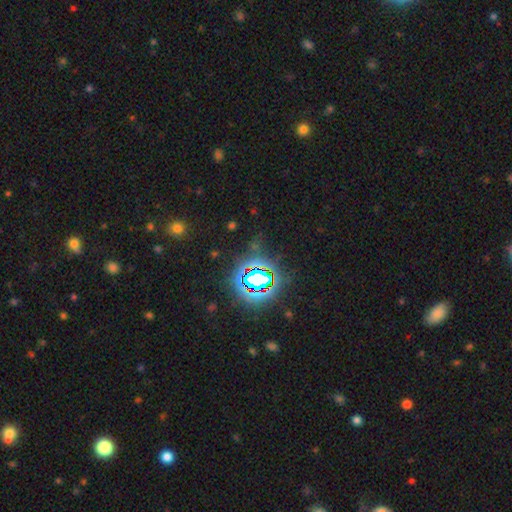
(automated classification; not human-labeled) Smooth or featured: star or artifact — 78% (smooth — 14%)